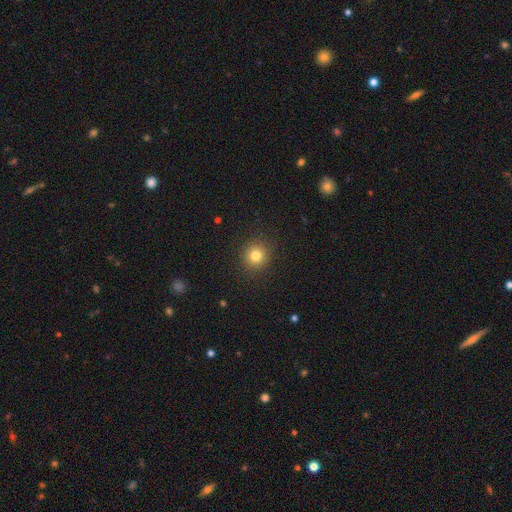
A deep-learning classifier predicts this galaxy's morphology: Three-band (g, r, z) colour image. It shows a smooth galaxy with no disk features (80%) that is round (91%). Merging: none (90%).